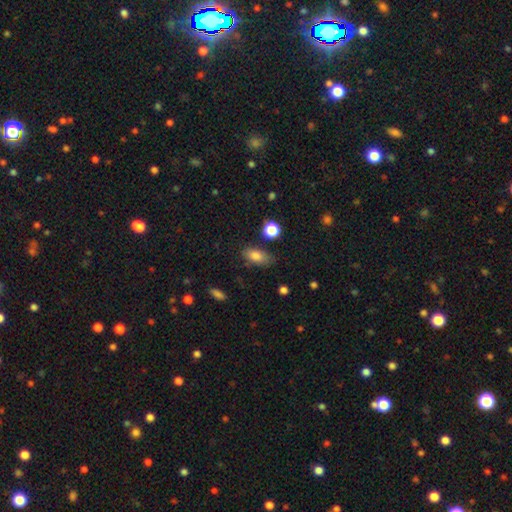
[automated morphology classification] Smooth or featured? Predicted: smooth (p=0.81). How rounded? Predicted: in between (p=0.86). Merging? Predicted: none (p=0.75).